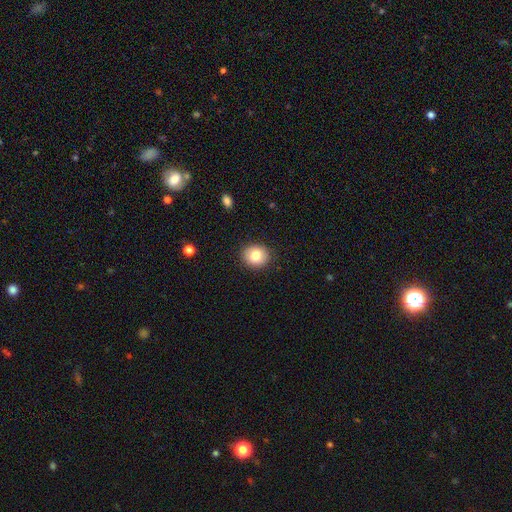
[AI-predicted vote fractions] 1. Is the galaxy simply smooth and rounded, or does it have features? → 82% smooth, 10% featured or disk, 9% star or artifact.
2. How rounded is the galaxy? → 72% round, 27% in between, 1% cigar-shaped.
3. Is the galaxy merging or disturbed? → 89% none, 8% minor disturbance, 2% major disturbance, 1% merger.